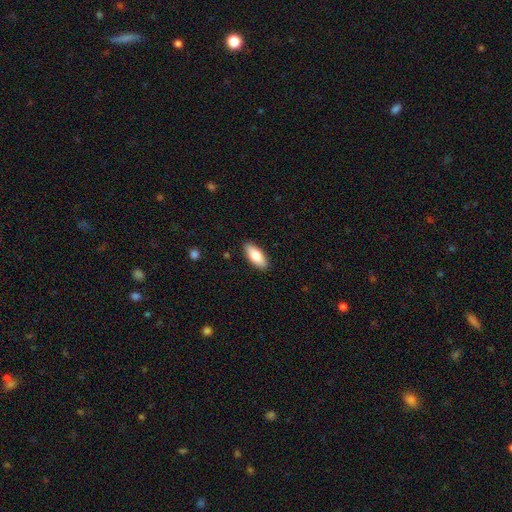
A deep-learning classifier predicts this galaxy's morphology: A smooth galaxy with no disk features (81%) that is in between round and cigar-shaped (83%). Merging: none (89%).